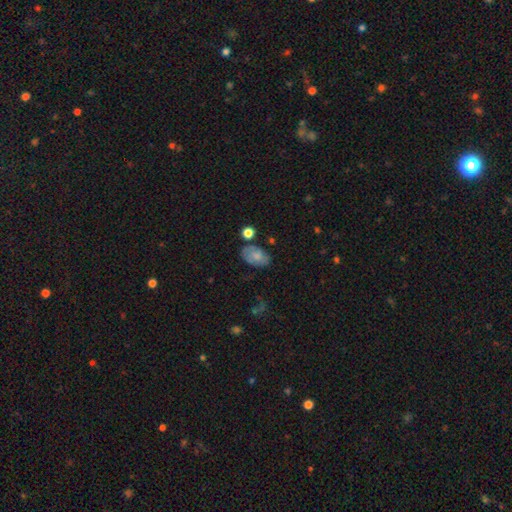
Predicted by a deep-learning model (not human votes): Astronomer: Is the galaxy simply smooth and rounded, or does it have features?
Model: smooth — 70%.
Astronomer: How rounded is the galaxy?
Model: in between — 89%.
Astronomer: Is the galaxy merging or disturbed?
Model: none — 66%.